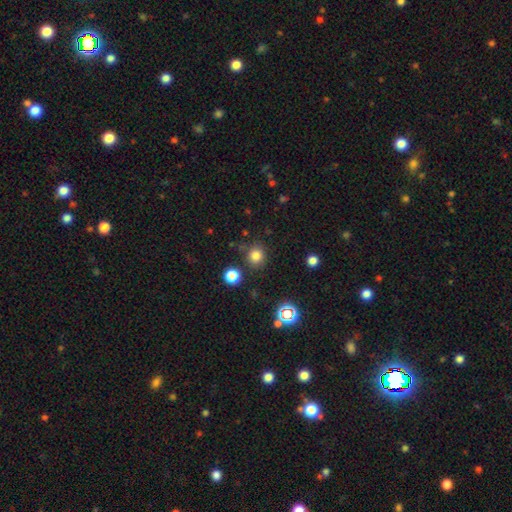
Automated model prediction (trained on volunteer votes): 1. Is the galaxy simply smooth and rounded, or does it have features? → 80% smooth, 15% star or artifact, 5% featured or disk.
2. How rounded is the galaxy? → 88% round, 11% in between, 1% cigar-shaped.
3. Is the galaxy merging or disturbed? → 83% none, 9% minor disturbance, 5% merger, 3% major disturbance.